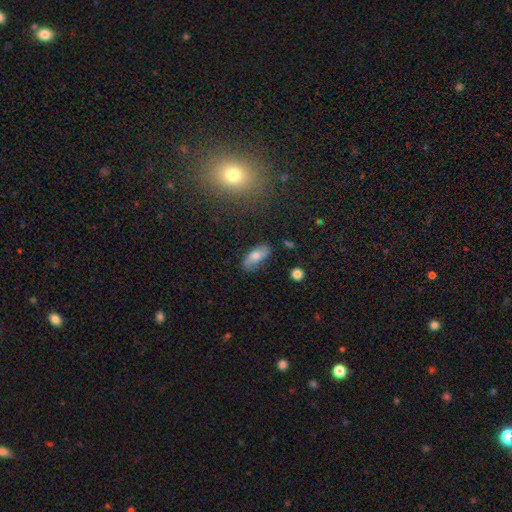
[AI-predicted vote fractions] Q: Smooth or featured?
A: smooth (69%); runner-up: featured or disk (23%)
Q: How rounded?
A: in between (85%); runner-up: cigar-shaped (11%)
Q: Merging?
A: none (72%); runner-up: minor disturbance (20%)